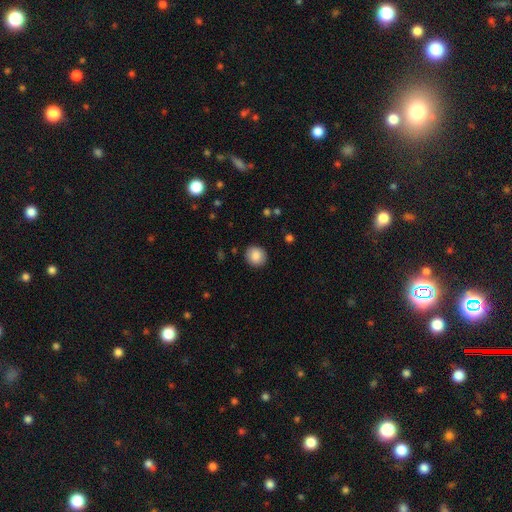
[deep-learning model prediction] This appears to be a smooth galaxy with no disk features (87%) that is round (85%). Merging: none (90%).